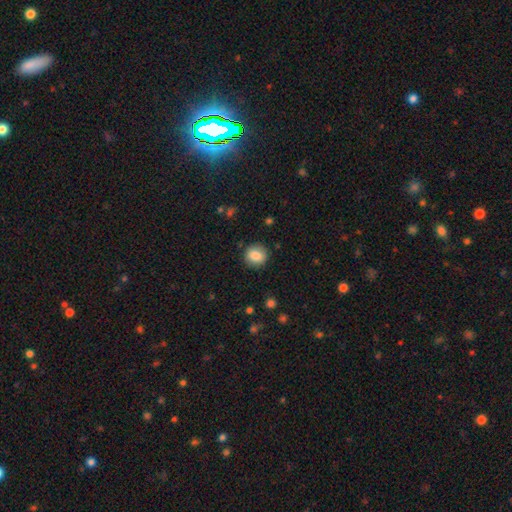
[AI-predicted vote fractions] This is clearly a smooth galaxy (85%). How rounded: clearly round (83%). Merging: clearly none (87%).